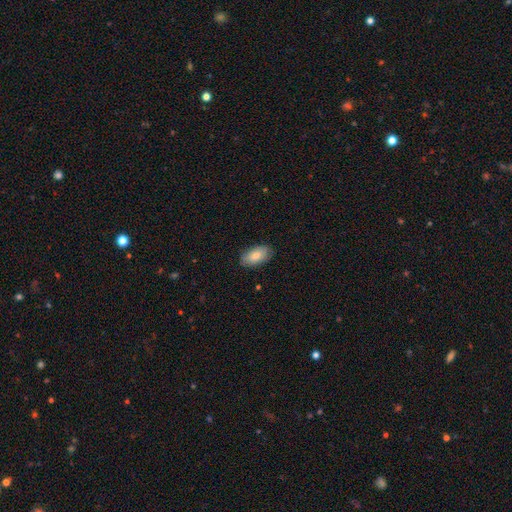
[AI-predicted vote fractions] smooth_or_featured: smooth (p=0.82) [alt: featured or disk p=0.12]
how_rounded: in between (p=0.94) [alt: round p=0.03]
merging: none (p=0.86) [alt: minor disturbance p=0.11]